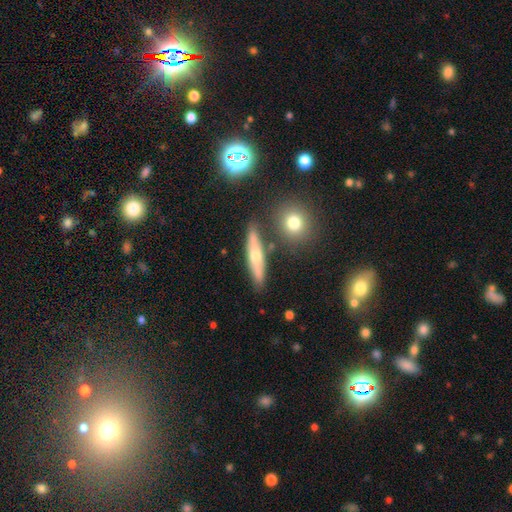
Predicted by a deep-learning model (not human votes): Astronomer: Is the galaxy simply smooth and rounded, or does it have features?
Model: featured or disk — 48% (runner-up: smooth, 43%).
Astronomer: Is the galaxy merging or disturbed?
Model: none — 79%.